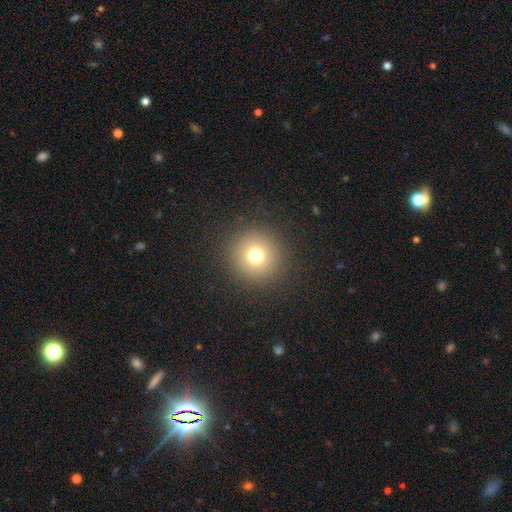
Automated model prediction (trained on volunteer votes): smooth 74%, star or artifact 16%, featured or disk 10%. Down the decision tree: how rounded — round (96%); merging — none (91%).